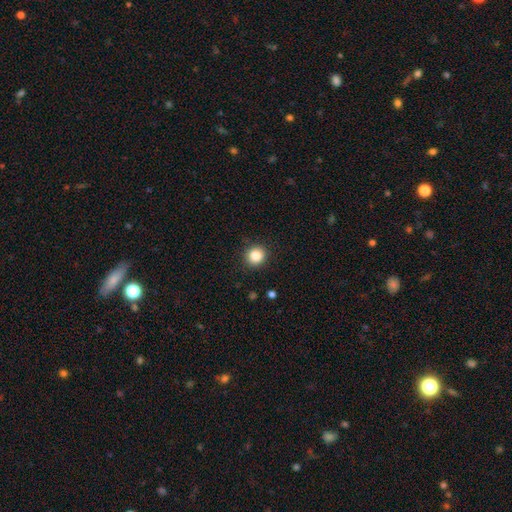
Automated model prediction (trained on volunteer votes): smooth-or-featured: smooth: 84% | star or artifact: 10% | featured or disk: 5%
  how-rounded: round: 90% | in between: 9% | cigar-shaped: 1%
  merging: none: 90% | minor disturbance: 7% | major disturbance: 2% | merger: 1%